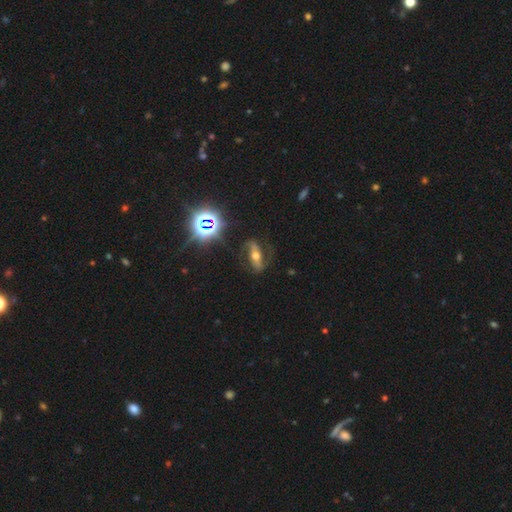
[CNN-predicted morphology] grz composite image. It shows a featured or disk galaxy (61%). Merging: none (73%).